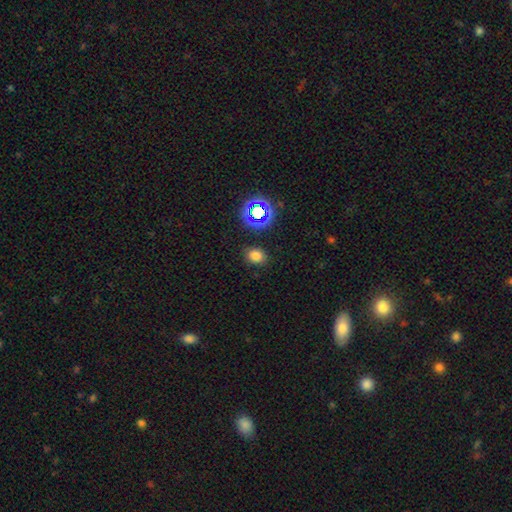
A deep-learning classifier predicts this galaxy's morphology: smooth 74%, star or artifact 20%, featured or disk 6%. Down the decision tree: how rounded — round (52%); merging — none (86%).